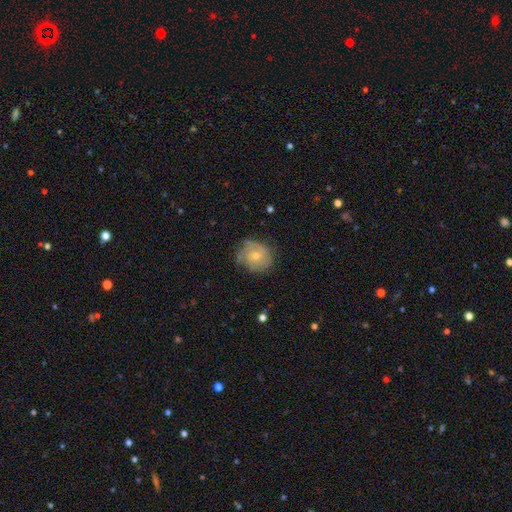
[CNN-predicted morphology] The model was most divided on "bulge size": small: 52%, moderate: 45%, large: 2%, none: 1%, dominant: 1%. More confident: edge-on disk — no (97%); bar — no (81%); spiral arms — yes (72%); merging — none (63%); smooth or featured — featured or disk (53%).